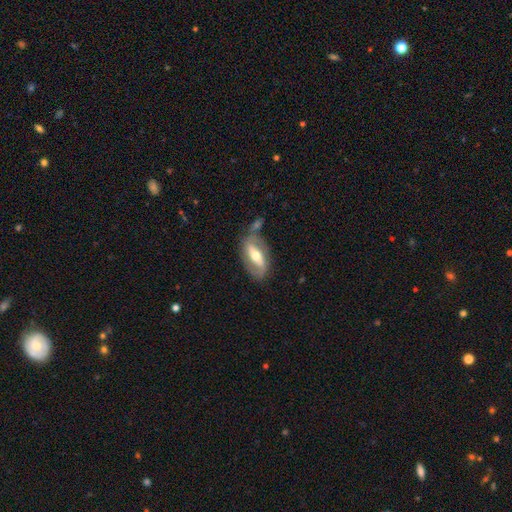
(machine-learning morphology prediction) Smooth or featured: featured or disk — 71% (smooth — 24%)
Edge-on disk: no — 90% (yes — 10%)
Bar: strong — 49% (weak — 29%)
Spiral arms: yes — 76% (no — 24%)
Bulge size: moderate — 71% (small — 19%)
Merging: none — 63% (minor disturbance — 19%)